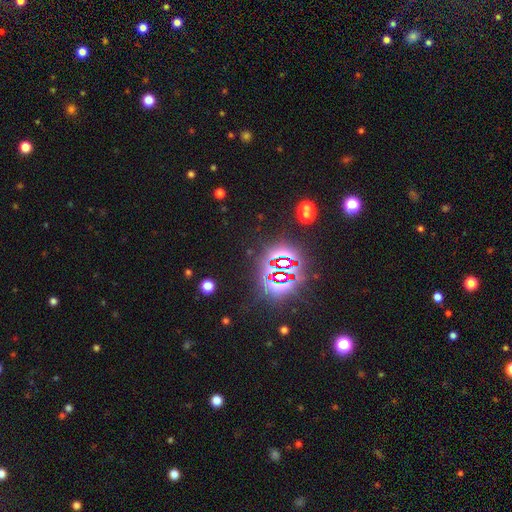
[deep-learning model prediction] star or artifact 81%, smooth 11%, featured or disk 7%.